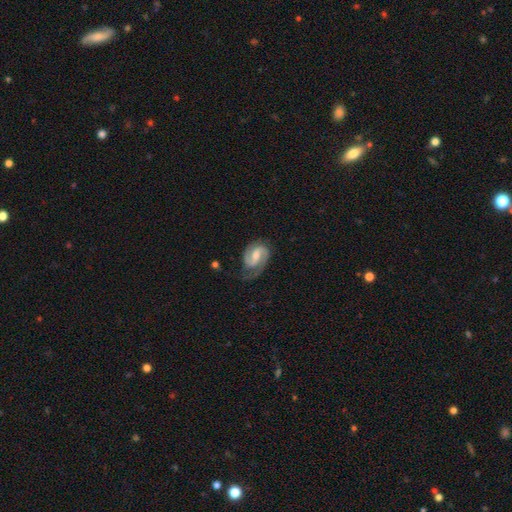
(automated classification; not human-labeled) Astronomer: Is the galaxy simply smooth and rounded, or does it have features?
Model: featured or disk — 86%.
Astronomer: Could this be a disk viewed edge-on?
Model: no — 98%.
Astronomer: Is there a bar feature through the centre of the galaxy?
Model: weak — 51%.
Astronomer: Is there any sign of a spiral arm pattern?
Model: yes — 97%.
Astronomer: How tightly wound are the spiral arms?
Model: medium — 51% (runner-up: tight, 33%).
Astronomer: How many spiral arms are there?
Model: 2 — 85%.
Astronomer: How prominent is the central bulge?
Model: moderate — 50% (runner-up: small, 37%).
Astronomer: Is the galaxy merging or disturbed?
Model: none — 62%.